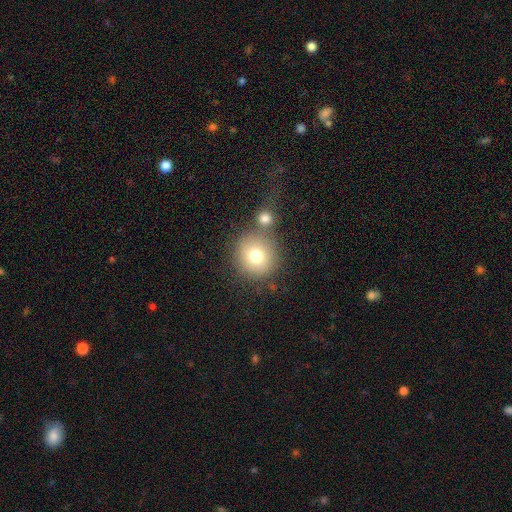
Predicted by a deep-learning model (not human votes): The model was most divided on "merging": none: 64%, merger: 22%, minor disturbance: 10%, major disturbance: 5%. More confident: how rounded — round (92%); smooth or featured — smooth (75%).